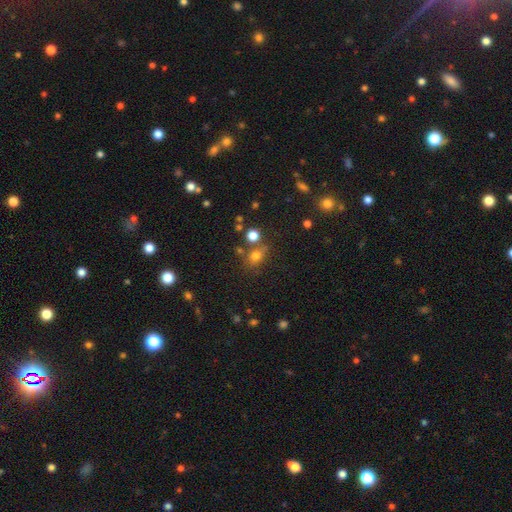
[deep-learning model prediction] smooth 73%, star or artifact 18%, featured or disk 9%. Down the decision tree: how rounded — round (55%); merging — none (63%).